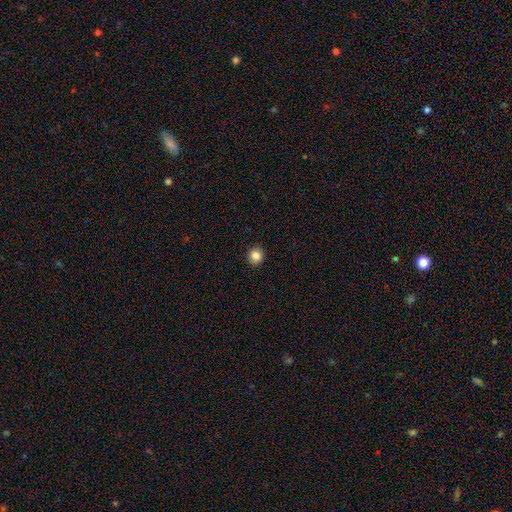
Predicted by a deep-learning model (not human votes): Morphology: type=smooth (85%); roundness=round (90%); merging=none (92%).